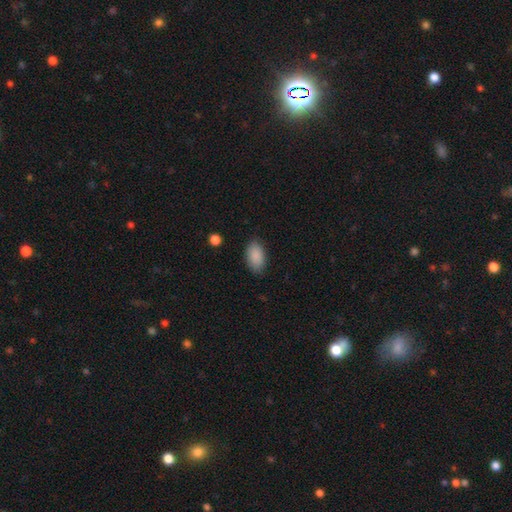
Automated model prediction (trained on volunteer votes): smooth 89%, star or artifact 7%, featured or disk 4%. Down the decision tree: how rounded — in between (93%); merging — none (84%).